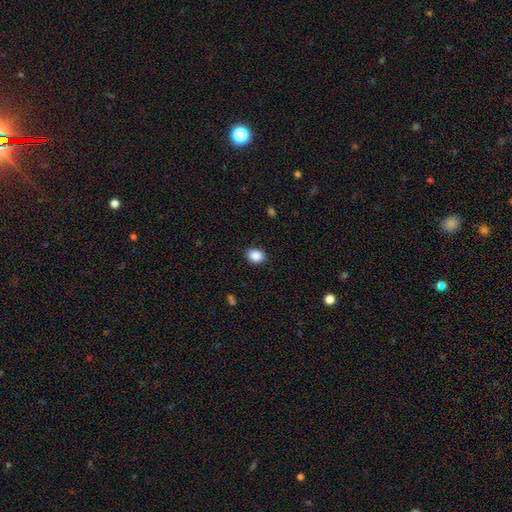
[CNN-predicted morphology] Smooth or featured: smooth — 89% (star or artifact — 8%)
How rounded: in between — 65% (round — 34%)
Merging: none — 88% (minor disturbance — 8%)